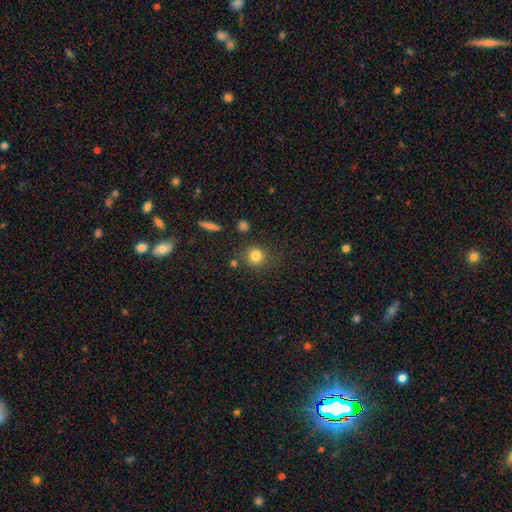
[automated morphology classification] type=smooth (82%); roundness=round (82%); merging=none (76%).